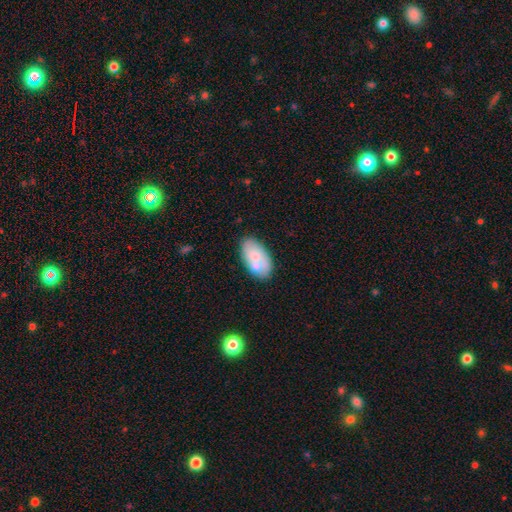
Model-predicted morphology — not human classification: smooth_or_featured: smooth (p=0.68) [alt: featured or disk p=0.25]
how_rounded: in between (p=0.94) [alt: round p=0.03]
merging: none (p=0.61) [alt: minor disturbance p=0.18]